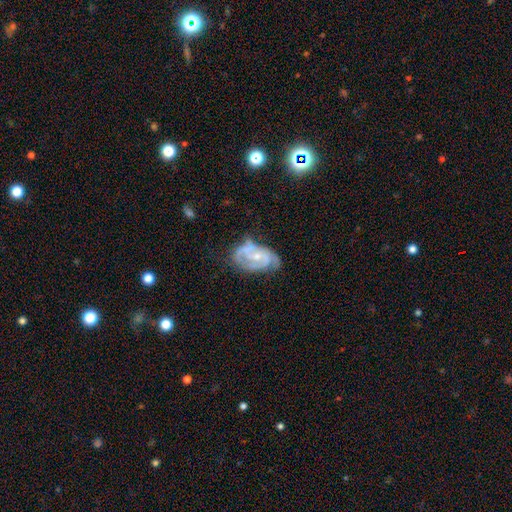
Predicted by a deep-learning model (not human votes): smooth-or-featured: featured or disk: 81% | smooth: 13% | star or artifact: 6%
  disk-edge-on: no: 97% | yes: 3%
    bar: no: 57% | weak: 34% | strong: 9%
    has-spiral-arms: yes: 90% | no: 10%
      spiral-winding: tight: 51% | medium: 39% | loose: 10%
      spiral-arm-count: 2: 43% | 3: 24% | can't tell: 22% | 1: 5% | 4: 4% | more than 4: 3%
    bulge-size: small: 62% | moderate: 32% | none: 3% | large: 1% | dominant: 1%
  merging: none: 49% | minor disturbance: 31% | major disturbance: 17% | merger: 4%